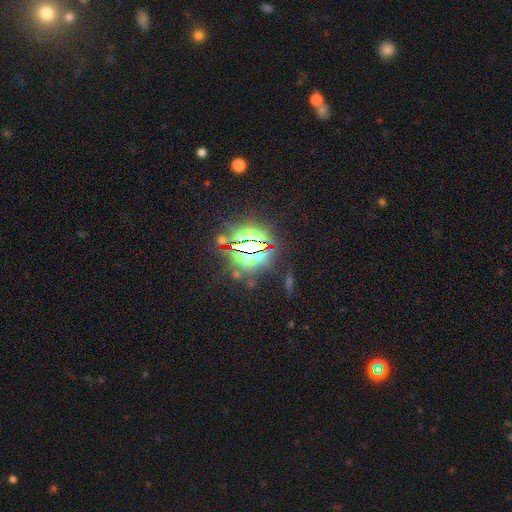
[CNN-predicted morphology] A star or artifact, not a galaxy (85%).